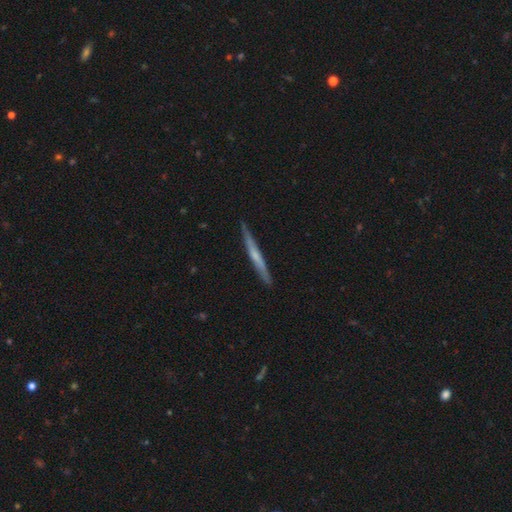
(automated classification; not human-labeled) A featured or disk galaxy (56%) viewed edge-on (97%) with no central bulge (57%).

Vote fractions:
- Smooth or featured? featured or disk: 56% / smooth: 39% / star or artifact: 5%
- Edge-on disk? yes: 97% / no: 3%
- Edge-on bulge? none: 57% / rounded: 35% / boxy: 8%
- Merging? none: 89% / minor disturbance: 8% / major disturbance: 1% / merger: 1%